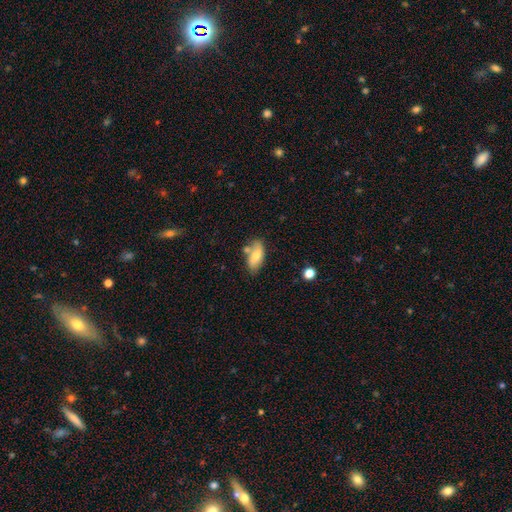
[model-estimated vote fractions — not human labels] A smooth galaxy with no disk features (68%) that is in between round and cigar-shaped (89%).

Vote fractions:
- Smooth or featured? smooth: 68% / featured or disk: 24% / star or artifact: 7%
- How rounded? in between: 89% / cigar-shaped: 8% / round: 3%
- Merging? none: 60% / minor disturbance: 22% / merger: 13% / major disturbance: 5%